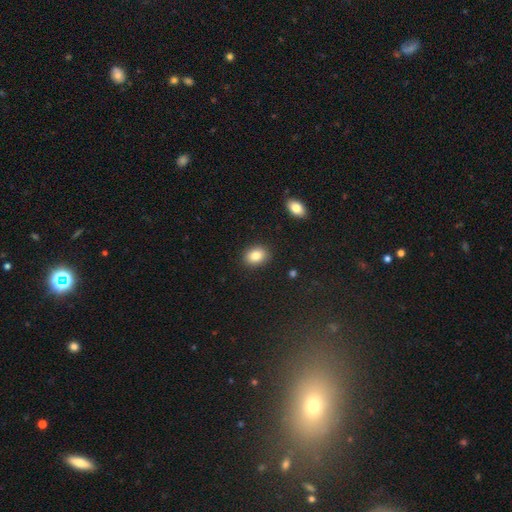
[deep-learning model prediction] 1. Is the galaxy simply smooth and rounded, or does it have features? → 84% smooth, 9% star or artifact, 7% featured or disk.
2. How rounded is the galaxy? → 67% in between, 32% round, 1% cigar-shaped.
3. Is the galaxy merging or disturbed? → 89% none, 8% minor disturbance, 2% major disturbance, 1% merger.